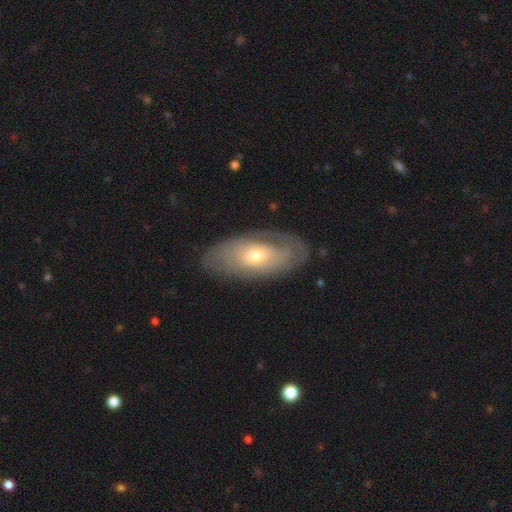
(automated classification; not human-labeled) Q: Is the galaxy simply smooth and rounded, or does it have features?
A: featured or disk — 64%.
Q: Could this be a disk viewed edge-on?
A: no — 89%.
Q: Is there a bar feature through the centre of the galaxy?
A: no — 72%.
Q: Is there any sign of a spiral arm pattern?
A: yes — 68%.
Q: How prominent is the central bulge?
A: moderate — 49%.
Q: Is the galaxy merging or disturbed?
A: none — 77%.